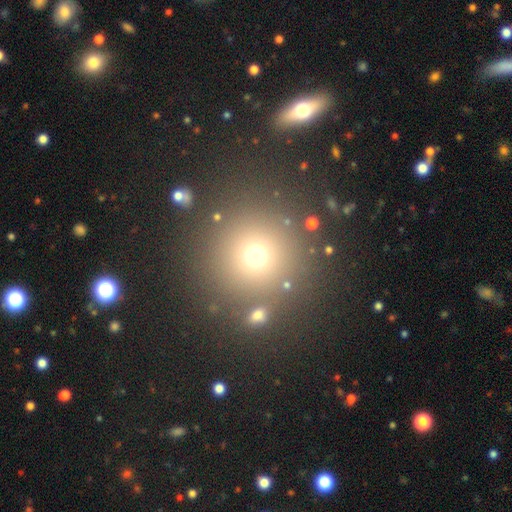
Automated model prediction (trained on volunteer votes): A smooth galaxy with no disk features (65%) that is round (95%).

Vote fractions:
- Smooth or featured? smooth: 65% / star or artifact: 26% / featured or disk: 9%
- How rounded? round: 95% / in between: 4% / cigar-shaped: 1%
- Merging? none: 83% / minor disturbance: 7% / merger: 6% / major disturbance: 4%